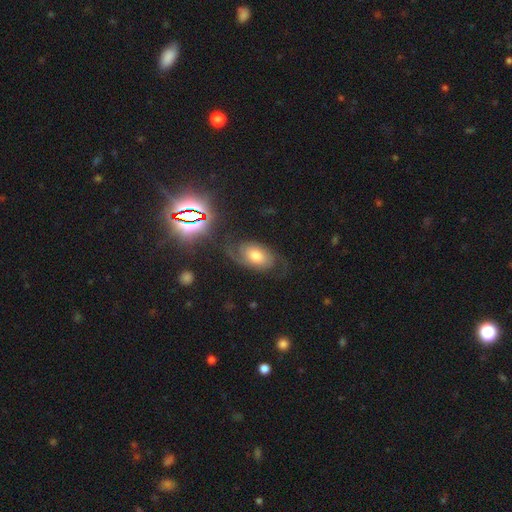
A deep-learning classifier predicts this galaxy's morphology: A featured or disk galaxy (67%) with no bar (66%), 2 (84%) medium (46%) spiral arms (93%) and a moderate central bulge (61%).

Vote fractions:
- Smooth or featured? featured or disk: 67% / smooth: 19% / star or artifact: 14%
- Edge-on disk? no: 96% / yes: 4%
- Bar? no: 66% / weak: 26% / strong: 7%
- Spiral arms? yes: 93% / no: 7%
- Spiral winding? medium: 46% / tight: 28% / loose: 26%
- Spiral arm count? 2: 84% / can't tell: 7% / 1: 4% / 3: 2% / 4: 1% / more than 4: 1%
- Bulge size? moderate: 61% / large: 18% / small: 16% / dominant: 3% / none: 2%
- Merging? none: 67% / minor disturbance: 17% / major disturbance: 13% / merger: 2%